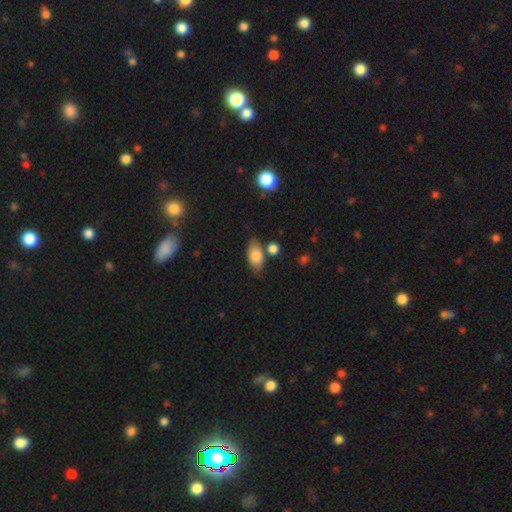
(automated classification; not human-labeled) smooth-or-featured: smooth: 80% | featured or disk: 13% | star or artifact: 7%
  how-rounded: in between: 89% | round: 6% | cigar-shaped: 5%
  merging: none: 70% | minor disturbance: 16% | merger: 10% | major disturbance: 4%